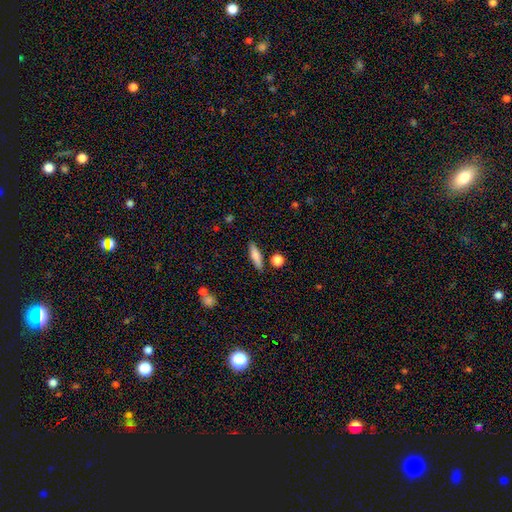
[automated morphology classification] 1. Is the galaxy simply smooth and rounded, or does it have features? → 76% smooth, 17% featured or disk, 7% star or artifact.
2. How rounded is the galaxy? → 68% cigar-shaped, 29% in between, 3% round.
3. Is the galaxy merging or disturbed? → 84% none, 9% minor disturbance, 4% merger, 2% major disturbance.